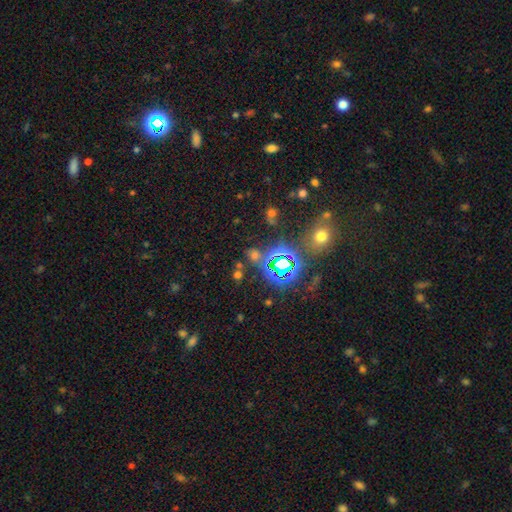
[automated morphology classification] Smooth or featured: star or artifact — 63% (smooth — 28%)